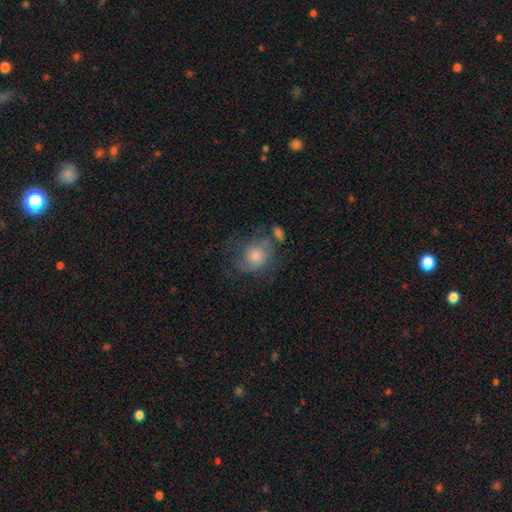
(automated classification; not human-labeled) This appears to be a featured or disk galaxy (51%). Merging: none (53%).